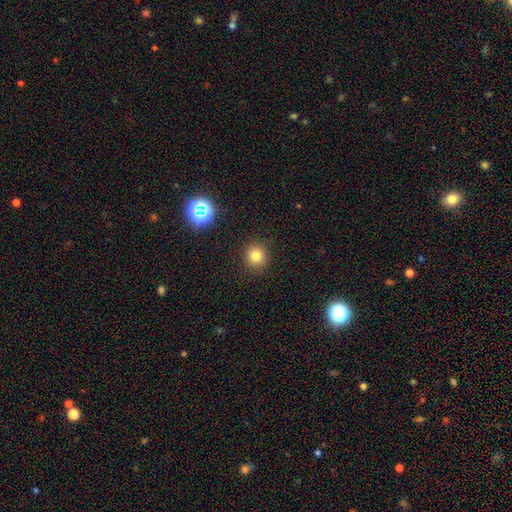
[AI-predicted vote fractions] smooth-or-featured: smooth: 78% | star or artifact: 15% | featured or disk: 7%
  how-rounded: round: 92% | in between: 7% | cigar-shaped: 1%
  merging: none: 90% | minor disturbance: 6% | major disturbance: 2% | merger: 1%